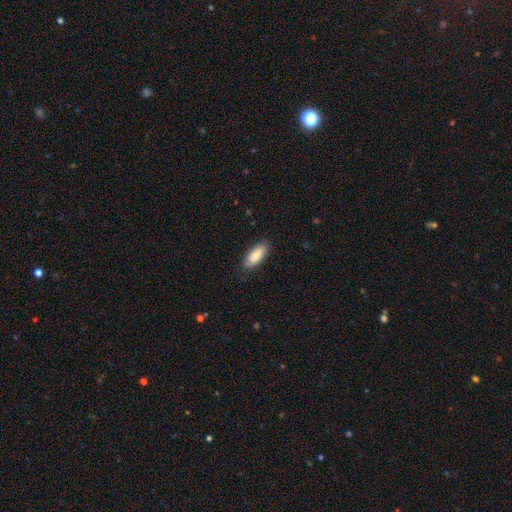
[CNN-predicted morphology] Smooth or featured? Predicted: smooth (p=0.86). How rounded? Predicted: in between (p=0.79). Merging? Predicted: none (p=0.85).